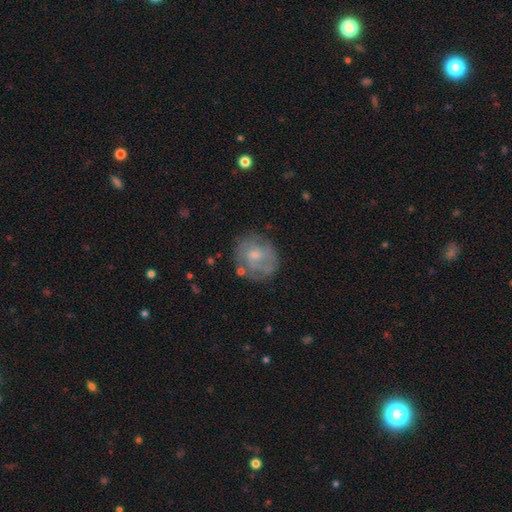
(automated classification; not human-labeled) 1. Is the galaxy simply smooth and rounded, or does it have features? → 50% featured or disk, 42% smooth, 8% star or artifact.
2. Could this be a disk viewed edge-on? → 97% no, 3% yes.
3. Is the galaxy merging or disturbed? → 66% none, 21% minor disturbance, 9% major disturbance, 3% merger.